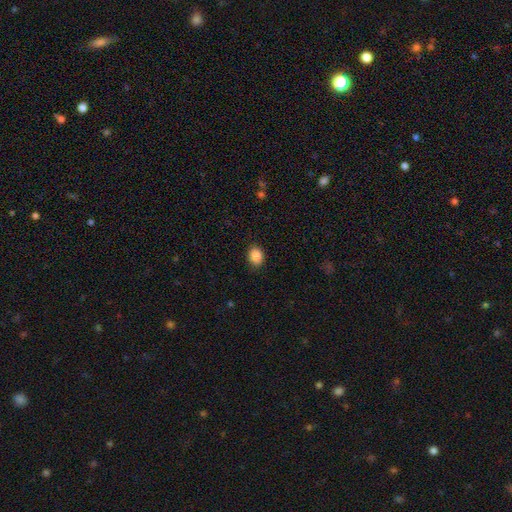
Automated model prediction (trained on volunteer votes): A smooth galaxy with no disk features (88%) that is in between round and cigar-shaped (61%).

Vote fractions:
- Smooth or featured? smooth: 88% / star or artifact: 9% / featured or disk: 3%
- How rounded? in between: 61% / round: 38% / cigar-shaped: 1%
- Merging? none: 88% / minor disturbance: 9% / major disturbance: 2% / merger: 1%